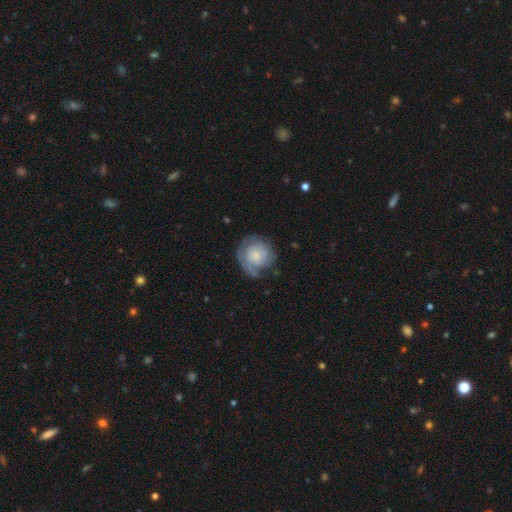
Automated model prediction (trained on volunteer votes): Smooth or featured? Predicted: featured or disk (p=0.50). Edge-on disk? Predicted: no (p=0.98). Merging? Predicted: none (p=0.59).